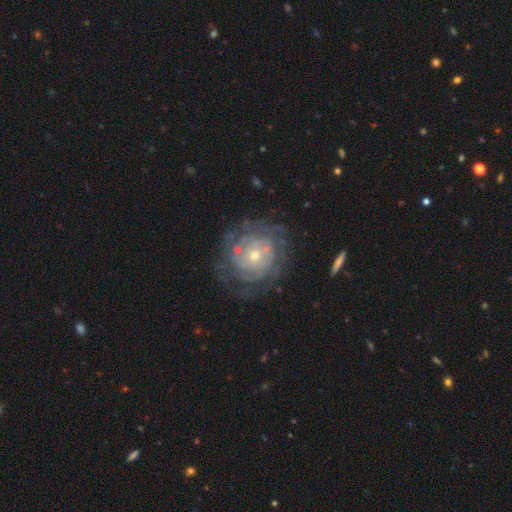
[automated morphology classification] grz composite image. It shows a featured or disk galaxy (75%) with no bar (78%), tight (77%) spiral arms (85%) and a small central bulge (63%). Merging: none (77%).